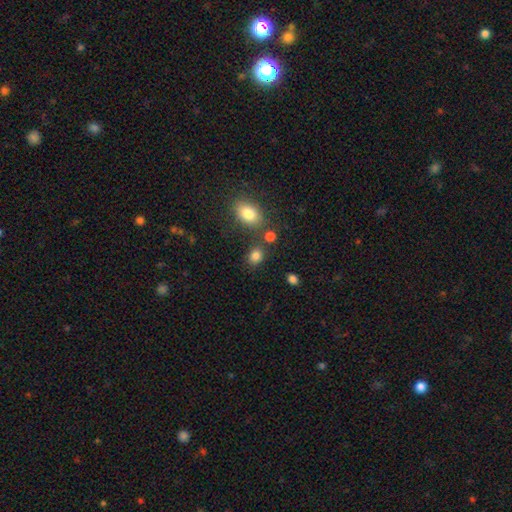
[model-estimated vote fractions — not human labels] Smooth or featured?
  - smooth: 83% *
  - star or artifact: 12%
  - featured or disk: 5%
How rounded?
  - in between: 53% *
  - round: 46%
  - cigar-shaped: 1%
Merging?
  - none: 72% *
  - merger: 12%
  - minor disturbance: 11%
  - major disturbance: 4%